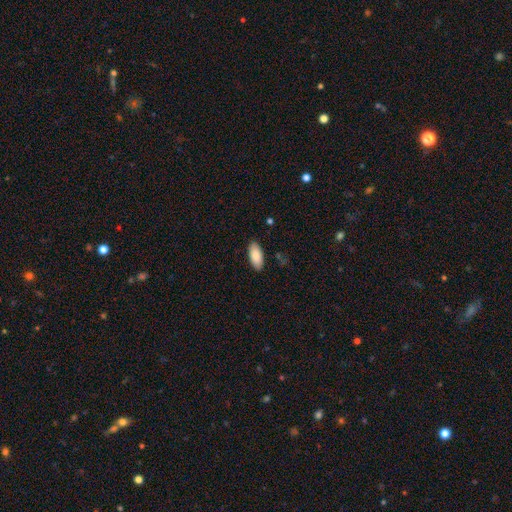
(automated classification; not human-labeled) smooth-or-featured: smooth: 88% | featured or disk: 7% | star or artifact: 6%
  how-rounded: in between: 91% | cigar-shaped: 7% | round: 2%
  merging: none: 88% | minor disturbance: 9% | major disturbance: 2% | merger: 1%